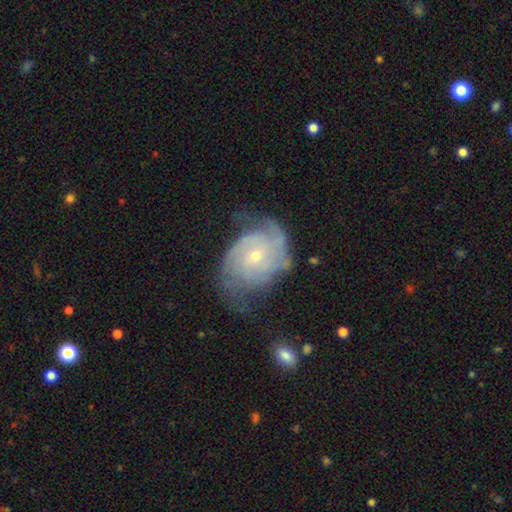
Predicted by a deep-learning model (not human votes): Smooth or featured: featured or disk — 83% (smooth — 11%)
Edge-on disk: no — 97% (yes — 3%)
Bar: no — 67% (weak — 28%)
Spiral arms: yes — 93% (no — 7%)
Spiral winding: tight — 49% (medium — 37%)
Spiral arm count: can't tell — 31% (2 — 27%)
Bulge size: small — 71% (moderate — 26%)
Merging: none — 51% (minor disturbance — 28%)